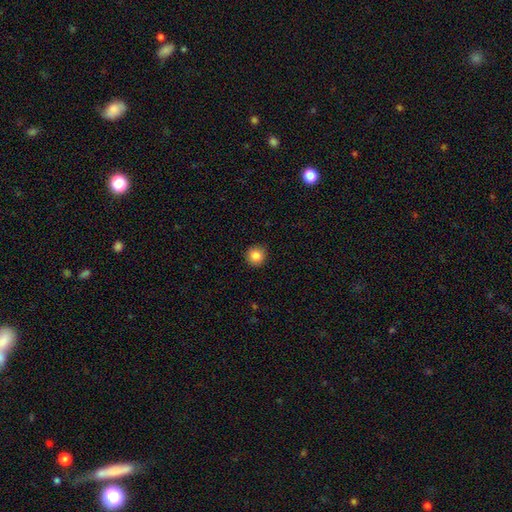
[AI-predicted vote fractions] Q: Smooth or featured?
A: smooth (86%); runner-up: star or artifact (9%)
Q: How rounded?
A: round (93%); runner-up: in between (6%)
Q: Merging?
A: none (92%); runner-up: minor disturbance (6%)